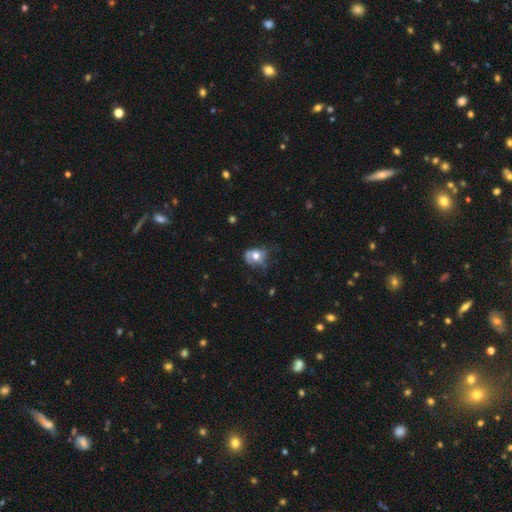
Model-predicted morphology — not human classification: Smooth or featured: smooth — 51% (featured or disk — 41%)
How rounded: in between — 59% (round — 40%)
Merging: none — 34% (minor disturbance — 32%)